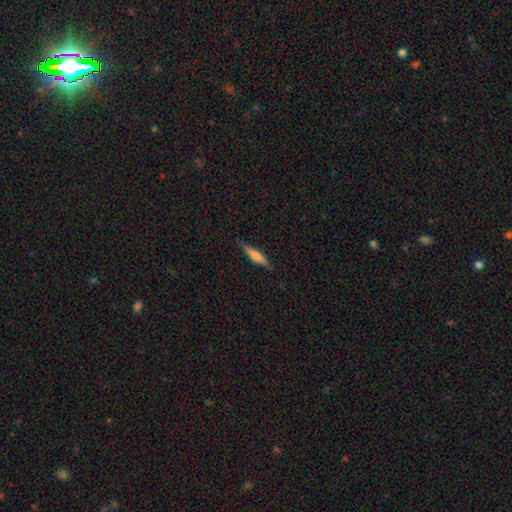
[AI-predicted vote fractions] This is possibly a featured or disk galaxy (50%). Merging: clearly none (86%).